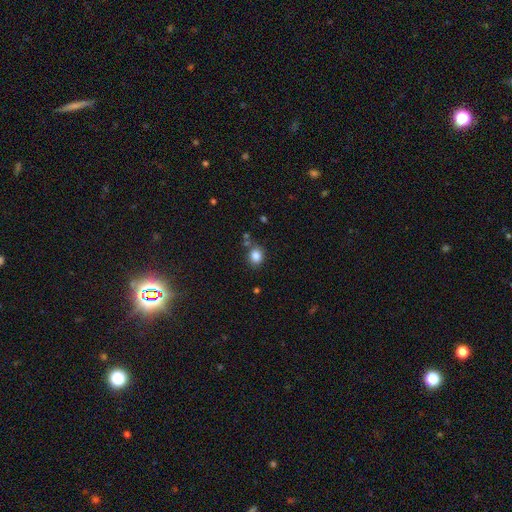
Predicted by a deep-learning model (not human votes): This appears to be a smooth galaxy with no disk features (85%) that is round (60%). Merging: none (76%).